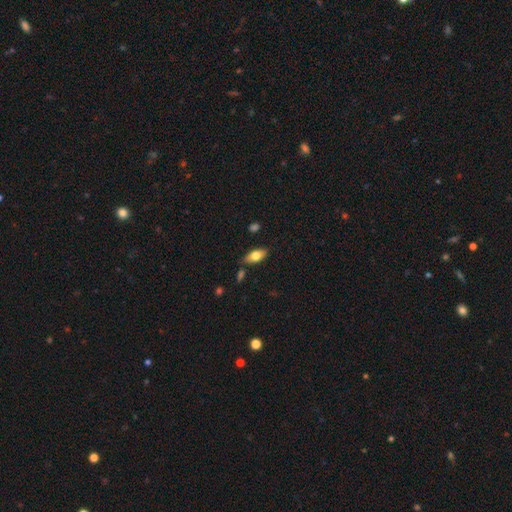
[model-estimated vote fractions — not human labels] Overall: smooth (72%). How rounded: in between (86%). Merging: none (80%).